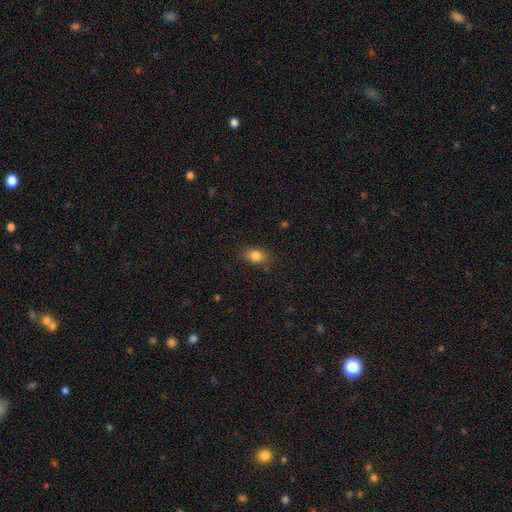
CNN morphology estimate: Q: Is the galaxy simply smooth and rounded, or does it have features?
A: smooth — 82%.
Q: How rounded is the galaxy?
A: in between — 73%.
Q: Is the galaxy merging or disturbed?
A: none — 81%.